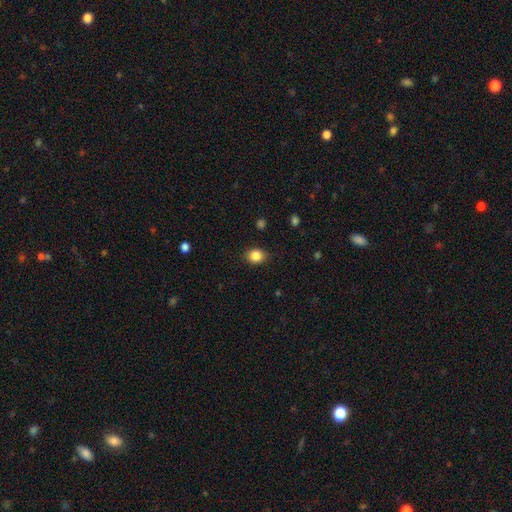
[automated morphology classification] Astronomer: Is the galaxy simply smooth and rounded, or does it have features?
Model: smooth — 86%.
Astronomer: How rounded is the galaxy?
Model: round — 60% (runner-up: in between, 39%).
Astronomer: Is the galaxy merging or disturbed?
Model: none — 87%.